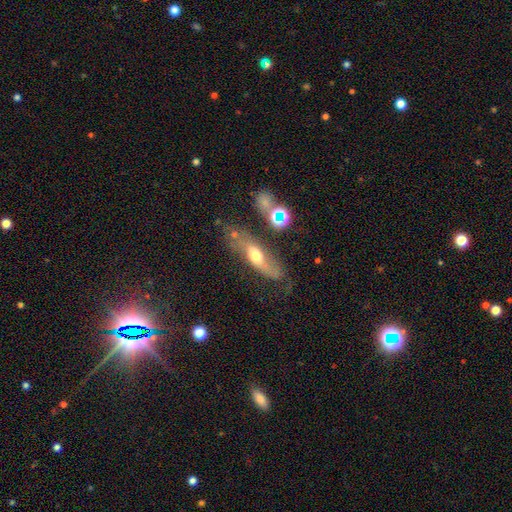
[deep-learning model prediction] smooth-or-featured: featured or disk: 52% | smooth: 38% | star or artifact: 10%
  disk-edge-on: no: 58% | yes: 42%
  merging: none: 56% | minor disturbance: 23% | major disturbance: 12% | merger: 8%